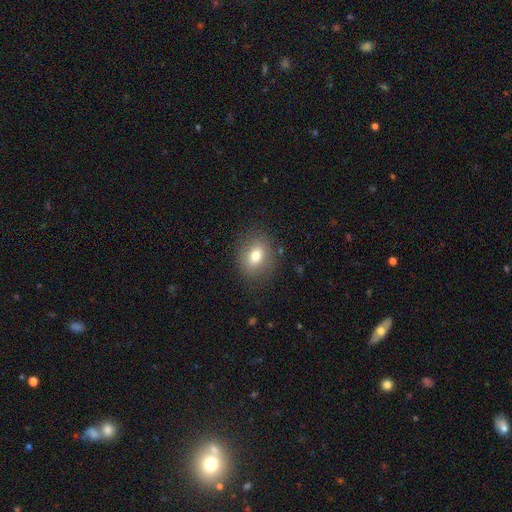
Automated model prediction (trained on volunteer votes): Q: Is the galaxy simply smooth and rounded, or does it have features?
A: smooth — 75%.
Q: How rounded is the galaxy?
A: in between — 52%.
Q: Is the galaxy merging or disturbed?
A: none — 84%.